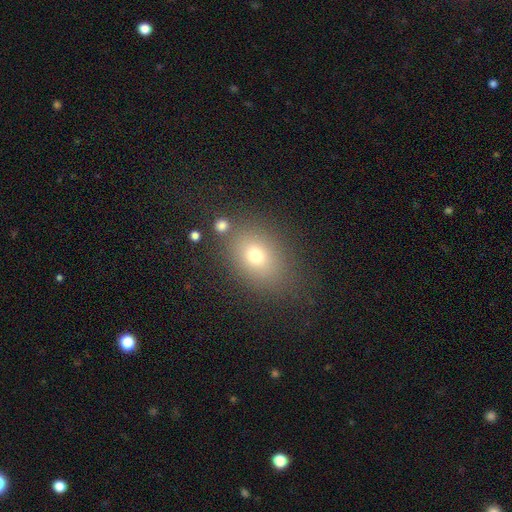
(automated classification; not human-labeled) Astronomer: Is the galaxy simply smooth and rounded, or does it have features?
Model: smooth — 70%.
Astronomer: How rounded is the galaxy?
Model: in between — 60% (runner-up: round, 38%).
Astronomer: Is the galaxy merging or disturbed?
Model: none — 76%.